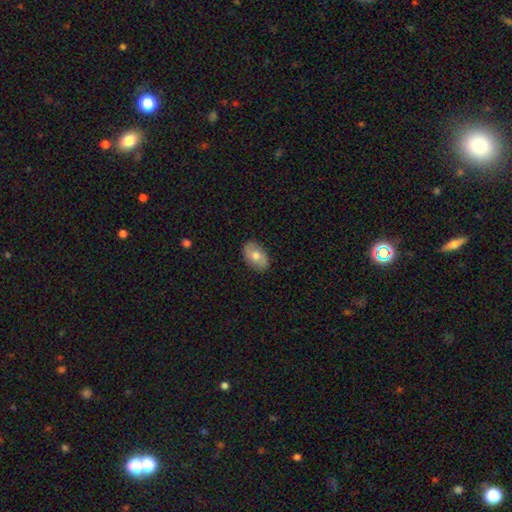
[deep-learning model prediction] Smooth or featured? Predicted: smooth (p=0.68). How rounded? Predicted: in between (p=0.91). Merging? Predicted: none (p=0.86).